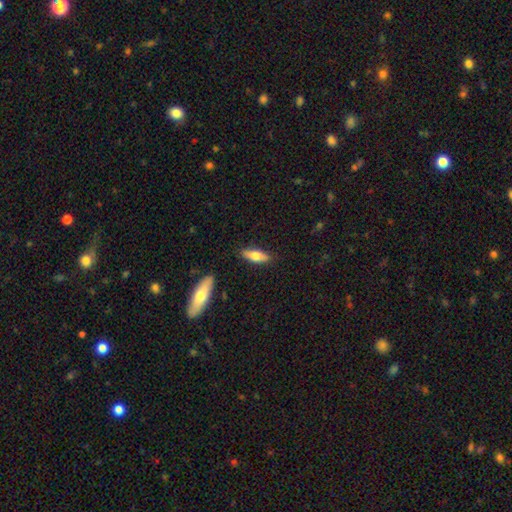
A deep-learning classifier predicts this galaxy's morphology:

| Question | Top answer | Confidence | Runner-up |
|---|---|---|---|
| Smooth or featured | smooth | 68% | featured or disk (26%) |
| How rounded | in between | 53% | cigar-shaped (45%) |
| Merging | none | 85% | minor disturbance (11%) |